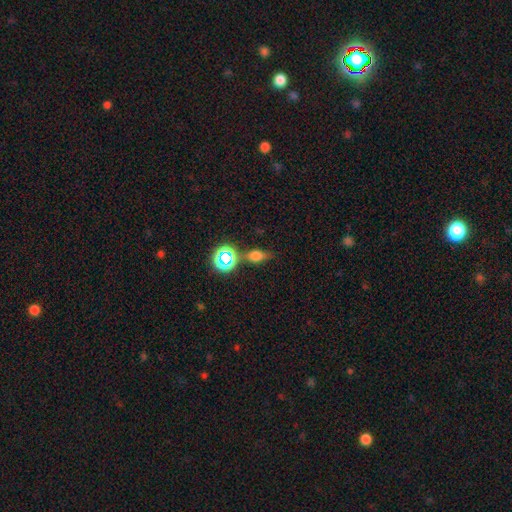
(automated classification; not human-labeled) Smooth or featured?
  - smooth: 57% *
  - star or artifact: 23%
  - featured or disk: 20%
How rounded?
  - in between: 56% *
  - round: 28%
  - cigar-shaped: 17%
Merging?
  - none: 68% *
  - minor disturbance: 18%
  - merger: 9%
  - major disturbance: 6%